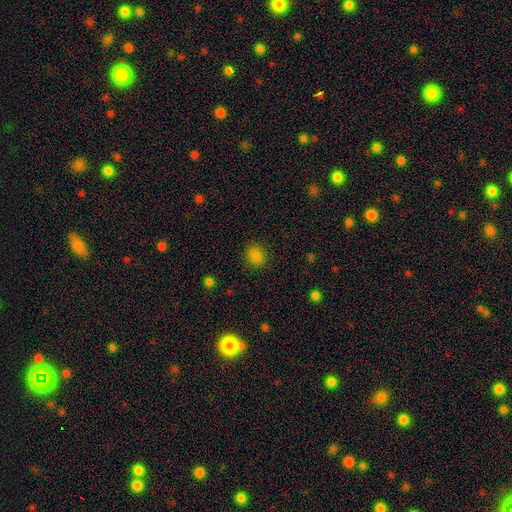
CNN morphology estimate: A smooth galaxy with no disk features (83%) that is round (59%). Merging: none (87%).